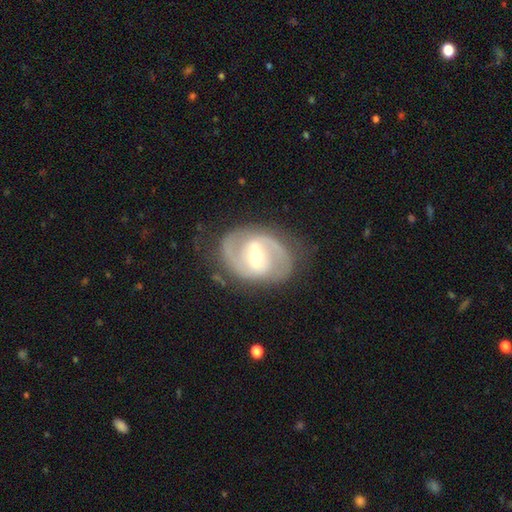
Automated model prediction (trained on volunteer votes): featured or disk 87%, smooth 8%, star or artifact 5%. Down the decision tree: edge-on disk — no (97%); bar — weak (45%); spiral arms — yes (94%); spiral arm count — 2 (88%); spiral winding — medium (53%); bulge size — moderate (54%); merging — none (78%).